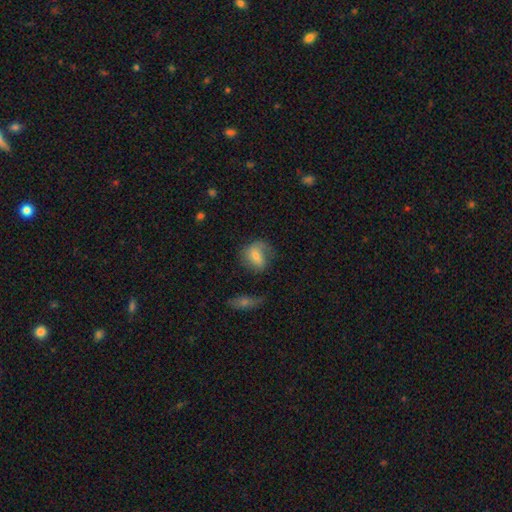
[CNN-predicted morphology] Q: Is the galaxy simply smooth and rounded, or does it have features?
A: smooth — 58%.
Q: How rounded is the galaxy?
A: in between — 54%.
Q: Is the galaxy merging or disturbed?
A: none — 47%.